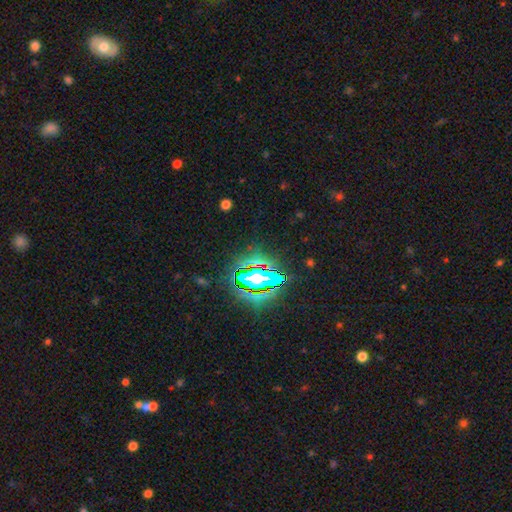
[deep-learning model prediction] This appears to be a star or artifact, not a galaxy (80%).